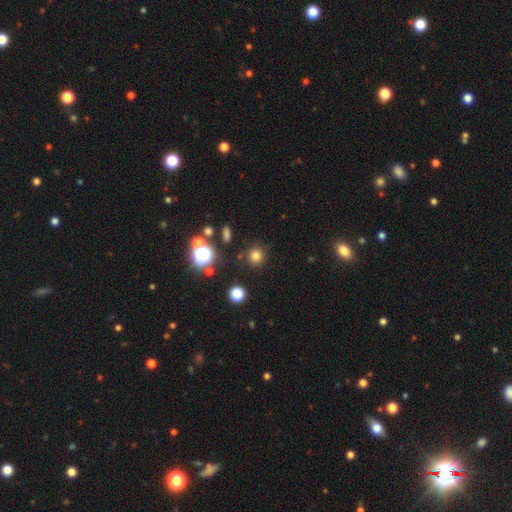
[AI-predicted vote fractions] This is likely a smooth galaxy (75%). How rounded: clearly round (92%). Merging: clearly none (87%).